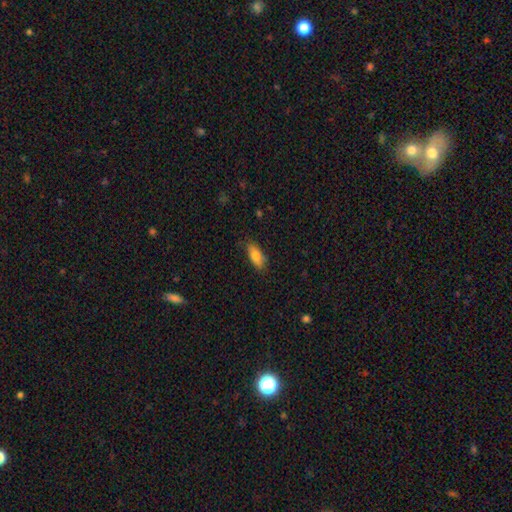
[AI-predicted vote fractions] Smooth or featured? Predicted: smooth (p=0.79). How rounded? Predicted: in between (p=0.81). Merging? Predicted: none (p=0.77).